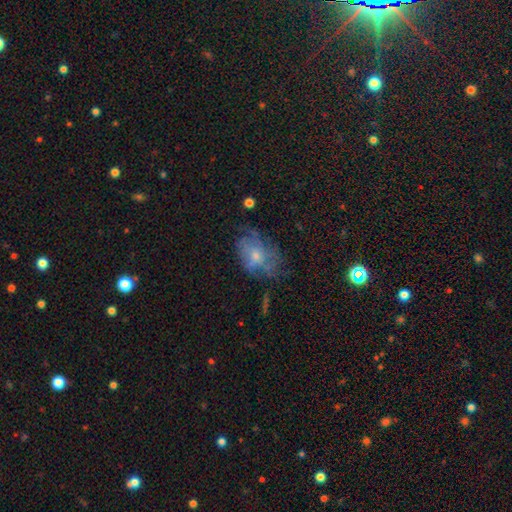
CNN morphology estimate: Q: Smooth or featured?
A: featured or disk (53%); runner-up: smooth (33%)
Q: Edge-on disk?
A: no (96%); runner-up: yes (4%)
Q: Bar?
A: no (80%); runner-up: weak (18%)
Q: Spiral arms?
A: yes (57%); runner-up: no (43%)
Q: Bulge size?
A: small (52%); runner-up: moderate (40%)
Q: Merging?
A: none (55%); runner-up: minor disturbance (25%)